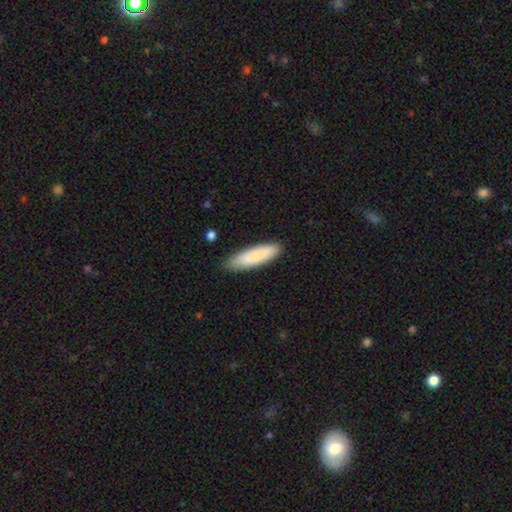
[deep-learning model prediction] Q: Smooth or featured?
A: smooth (81%); runner-up: featured or disk (13%)
Q: How rounded?
A: cigar-shaped (65%); runner-up: in between (34%)
Q: Merging?
A: none (87%); runner-up: minor disturbance (10%)